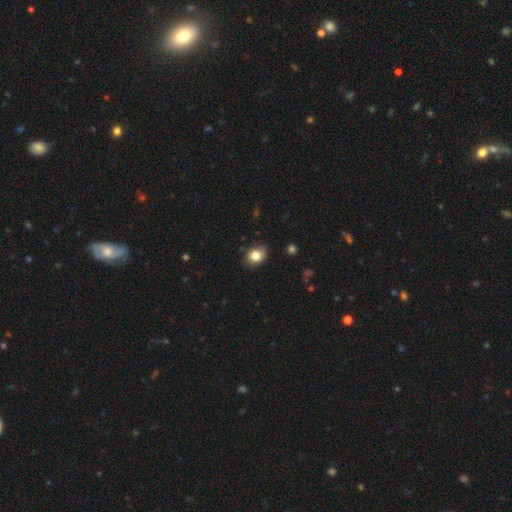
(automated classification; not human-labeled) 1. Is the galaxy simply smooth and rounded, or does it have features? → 82% smooth, 9% star or artifact, 9% featured or disk.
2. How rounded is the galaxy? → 52% in between, 47% round, 1% cigar-shaped.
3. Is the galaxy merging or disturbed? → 79% none, 17% minor disturbance, 3% major disturbance, 1% merger.